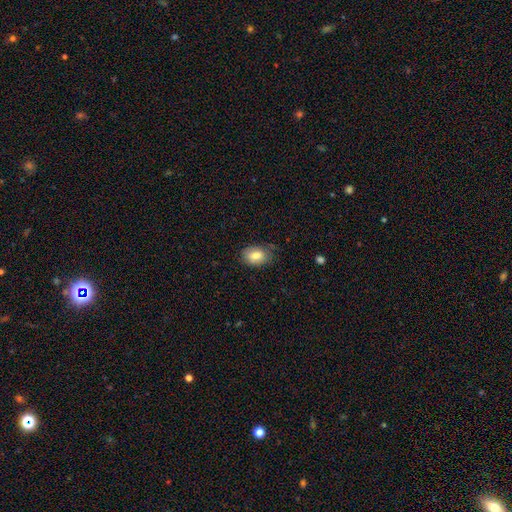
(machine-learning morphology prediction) A smooth galaxy with no disk features (79%) that is in between round and cigar-shaped (77%).

Vote fractions:
- Smooth or featured? smooth: 79% / featured or disk: 13% / star or artifact: 8%
- How rounded? in between: 77% / round: 21% / cigar-shaped: 1%
- Merging? none: 70% / minor disturbance: 23% / major disturbance: 5% / merger: 1%